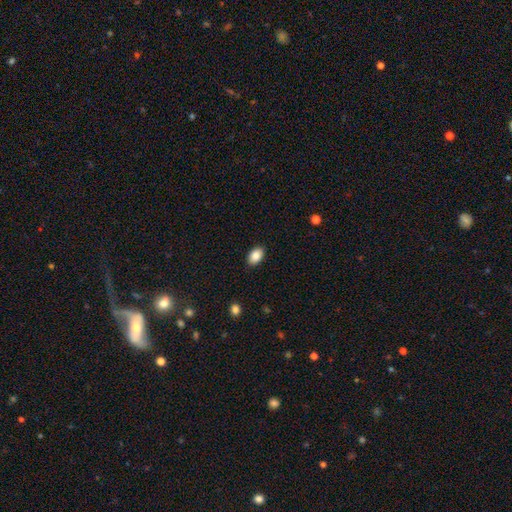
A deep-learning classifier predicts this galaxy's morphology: Smooth or featured: smooth — 86% (star or artifact — 8%)
How rounded: in between — 90% (round — 9%)
Merging: none — 89% (minor disturbance — 8%)